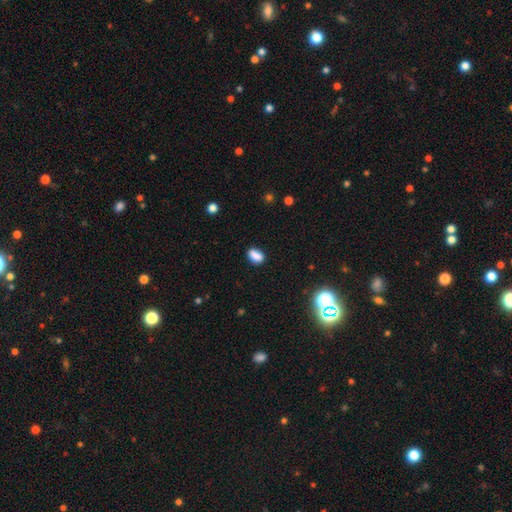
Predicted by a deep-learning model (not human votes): A smooth galaxy with no disk features (86%) that is in between round and cigar-shaped (85%). Merging: none (81%).